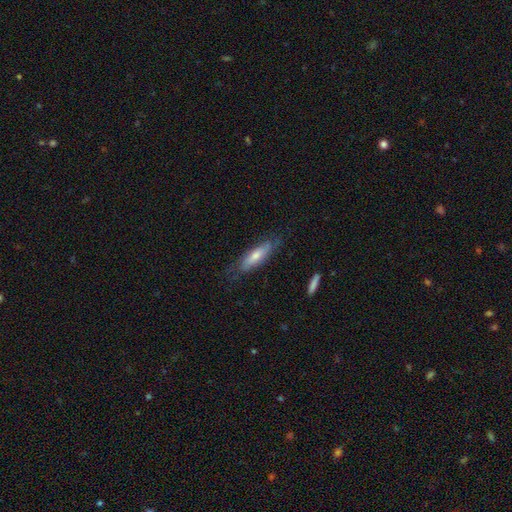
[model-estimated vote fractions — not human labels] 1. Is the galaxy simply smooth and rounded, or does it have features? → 50% smooth, 44% featured or disk, 7% star or artifact.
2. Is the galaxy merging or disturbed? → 72% none, 20% minor disturbance, 6% major disturbance, 1% merger.